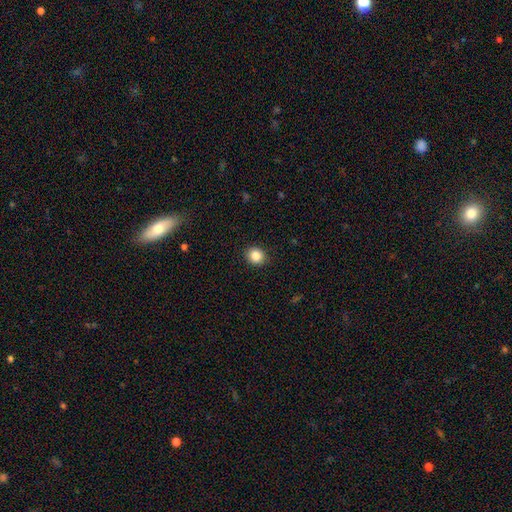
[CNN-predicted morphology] A smooth galaxy with no disk features (86%) that is round (82%). Merging: none (91%).